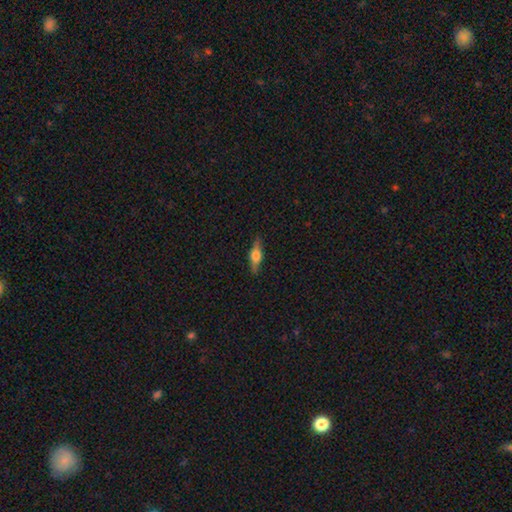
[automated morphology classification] smooth_or_featured: featured or disk (p=0.55) [alt: smooth p=0.38]
disk_edge_on: yes (p=0.94) [alt: no p=0.06]
edge_on_bulge: rounded (p=0.92) [alt: boxy p=0.06]
merging: none (p=0.87) [alt: minor disturbance p=0.10]